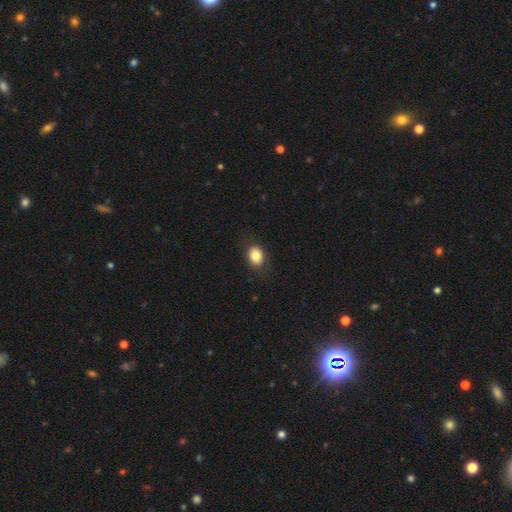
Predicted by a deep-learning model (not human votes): This appears to be a smooth galaxy with no disk features (83%) that is in between round and cigar-shaped (66%). Merging: none (84%).